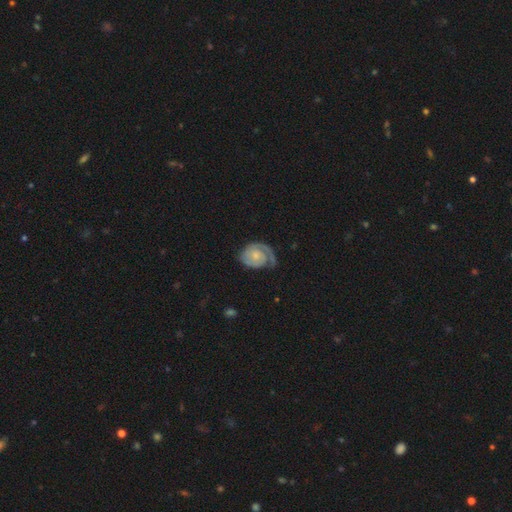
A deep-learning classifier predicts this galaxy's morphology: A featured or disk galaxy (75%) with no bar (73%), 1 (57%) tight (61%) spiral arms (93%) and a small central bulge (56%).

Vote fractions:
- Smooth or featured? featured or disk: 75% / smooth: 20% / star or artifact: 5%
- Edge-on disk? no: 98% / yes: 2%
- Bar? no: 73% / weak: 23% / strong: 3%
- Spiral arms? yes: 93% / no: 7%
- Spiral winding? tight: 61% / medium: 27% / loose: 12%
- Spiral arm count? 1: 57% / 2: 28% / can't tell: 9% / 3: 3% / 4: 1% / more than 4: 1%
- Bulge size? small: 56% / moderate: 31% / none: 8% / large: 3% / dominant: 1%
- Merging? none: 52% / minor disturbance: 27% / major disturbance: 19% / merger: 2%